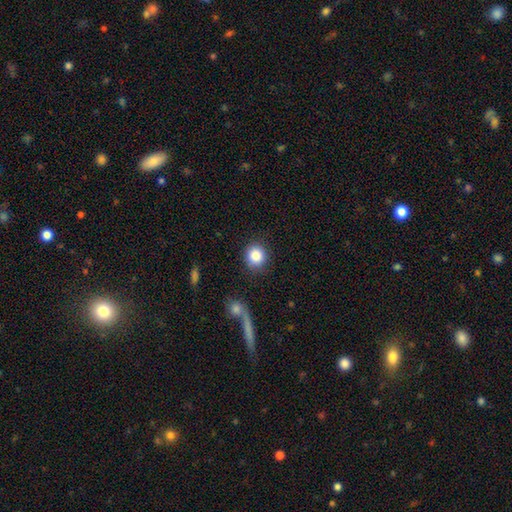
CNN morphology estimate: type=smooth (87%); roundness=round (88%); merging=none (83%).